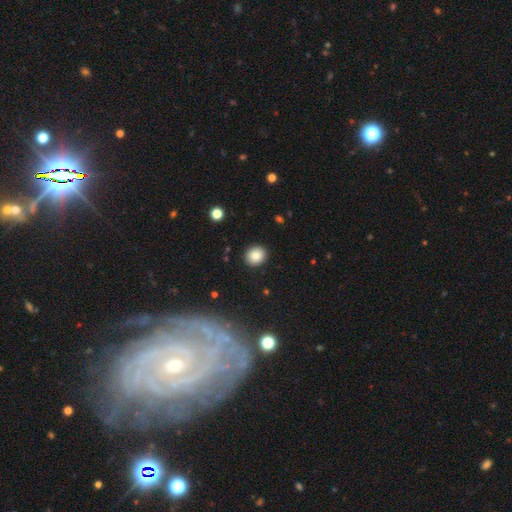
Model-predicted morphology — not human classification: type=smooth (85%); roundness=round (79%); merging=none (91%).